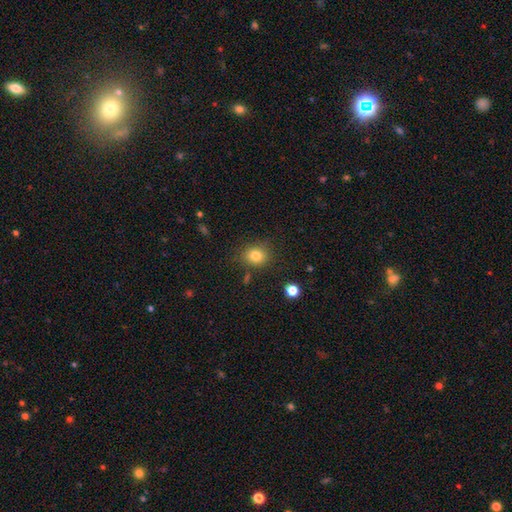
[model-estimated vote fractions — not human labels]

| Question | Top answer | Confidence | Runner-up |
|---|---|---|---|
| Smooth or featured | smooth | 81% | star or artifact (12%) |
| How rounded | round | 66% | in between (33%) |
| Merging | none | 81% | minor disturbance (12%) |